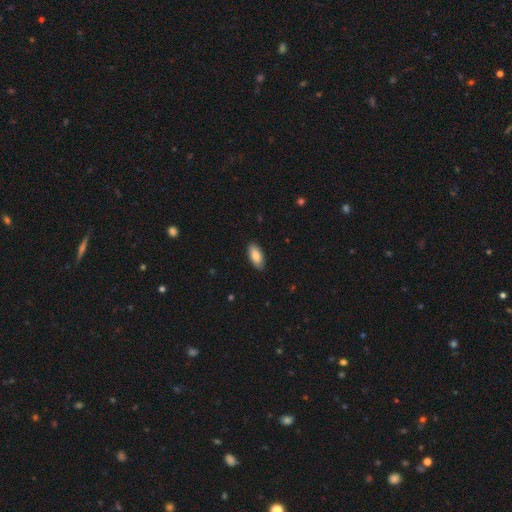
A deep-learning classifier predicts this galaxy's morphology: A smooth galaxy with no disk features (86%) that is in between round and cigar-shaped (89%). Merging: none (86%).